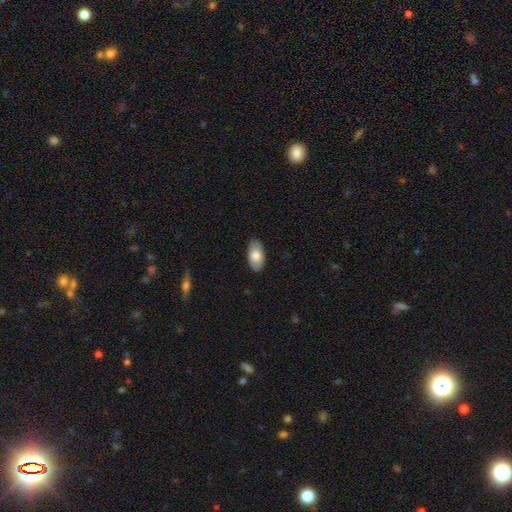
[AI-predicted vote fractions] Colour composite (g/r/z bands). It shows a smooth galaxy with no disk features (77%) that is in between round and cigar-shaped (95%). Merging: none (88%).